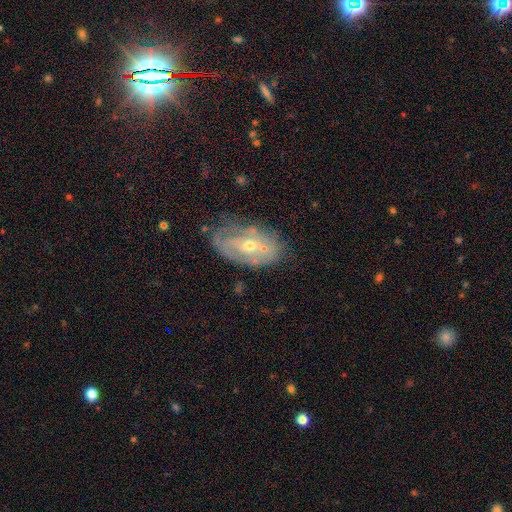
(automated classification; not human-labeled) Q: Smooth or featured?
A: featured or disk (73%); runner-up: smooth (17%)
Q: Edge-on disk?
A: no (91%); runner-up: yes (9%)
Q: Bar?
A: no (47%); runner-up: weak (36%)
Q: Spiral arms?
A: yes (66%); runner-up: no (34%)
Q: Bulge size?
A: small (55%); runner-up: moderate (42%)
Q: Merging?
A: none (64%); runner-up: minor disturbance (24%)